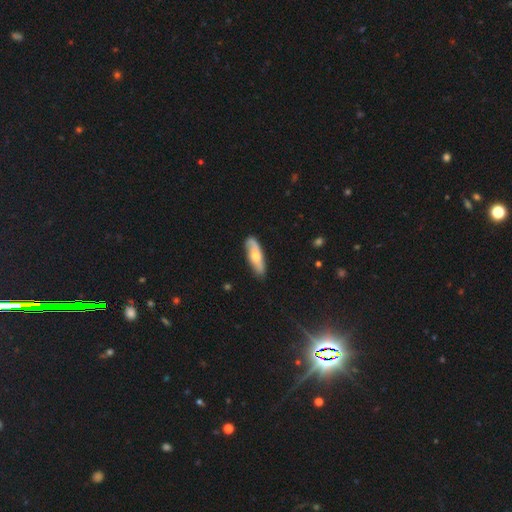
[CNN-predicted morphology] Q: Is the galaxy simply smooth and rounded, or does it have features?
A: smooth — 50%.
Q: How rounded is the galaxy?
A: in between — 52%.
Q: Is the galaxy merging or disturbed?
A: none — 80%.